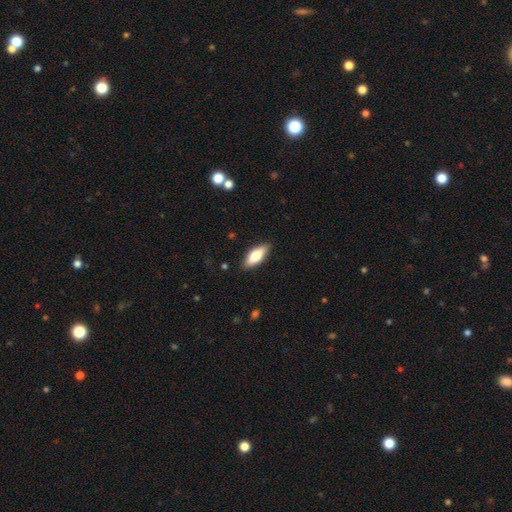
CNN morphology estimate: smooth 71%, featured or disk 22%, star or artifact 6%. Down the decision tree: how rounded — in between (76%); merging — none (87%).